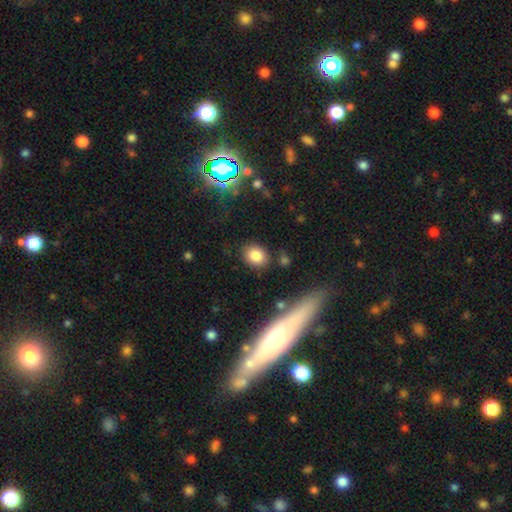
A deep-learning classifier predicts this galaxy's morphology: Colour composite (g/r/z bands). It shows a smooth galaxy with no disk features (82%) that is round (56%). Merging: none (83%).